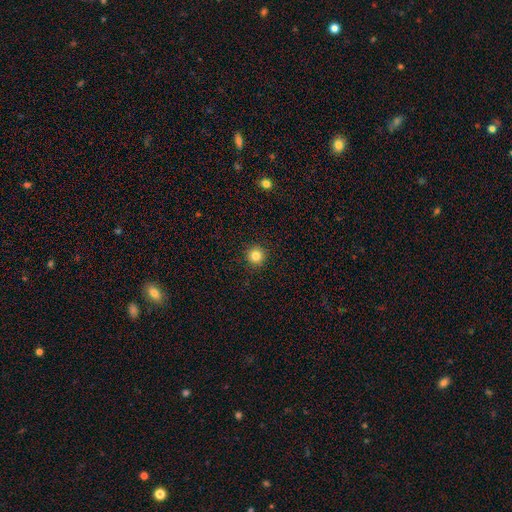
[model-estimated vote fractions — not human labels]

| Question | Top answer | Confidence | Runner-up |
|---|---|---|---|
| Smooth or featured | smooth | 83% | star or artifact (12%) |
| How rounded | round | 95% | in between (4%) |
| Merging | none | 93% | minor disturbance (5%) |